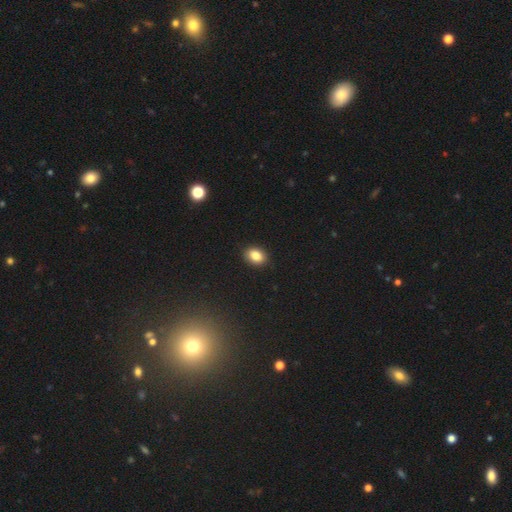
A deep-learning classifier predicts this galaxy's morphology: This is clearly a smooth galaxy (85%). How rounded: likely in between (74%). Merging: clearly none (90%).